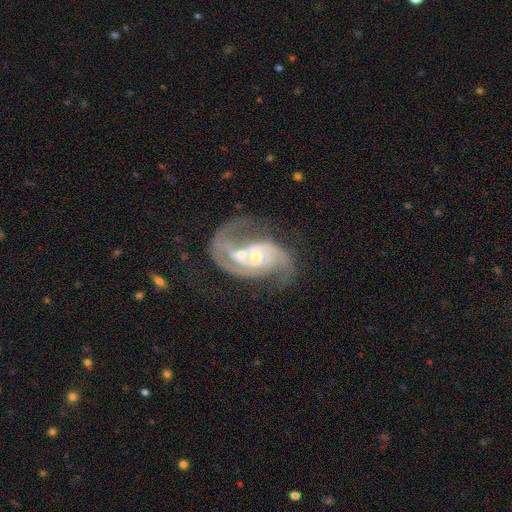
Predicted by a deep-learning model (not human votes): Morphology: type=featured or disk (87%); edge-on=no (97%); bar=no (45%); spiral arms=yes (95%); winding=medium (51%); arm count=2 (79%); bulge=small (53%); merging=merger (43%).